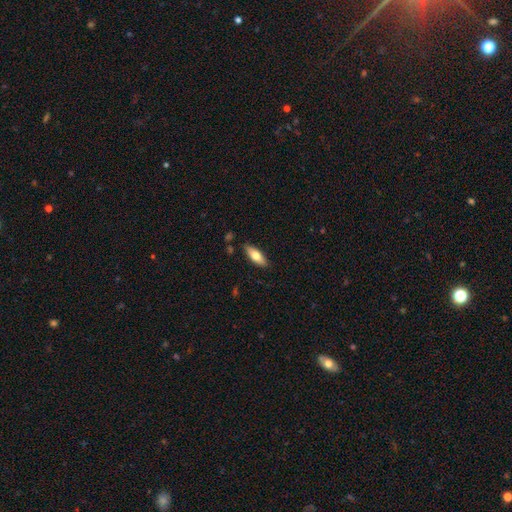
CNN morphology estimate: This is likely a smooth galaxy (70%). How rounded: likely in between (70%). Merging: clearly none (86%).